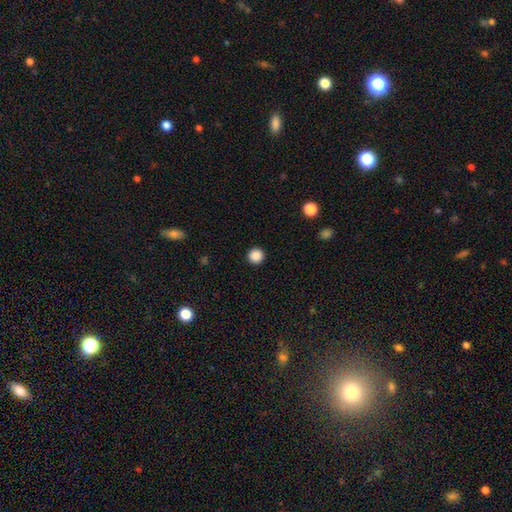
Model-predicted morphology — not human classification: Overall: smooth (87%). How rounded: round (96%). Merging: none (93%).